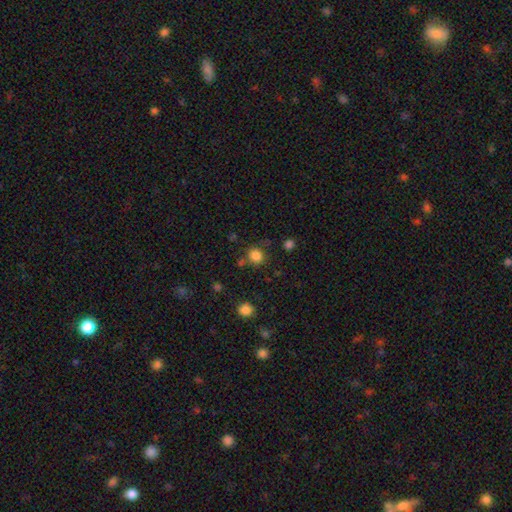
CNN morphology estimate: Smooth or featured? smooth (83%)
How rounded? round (85%)
Merging? none (76%)